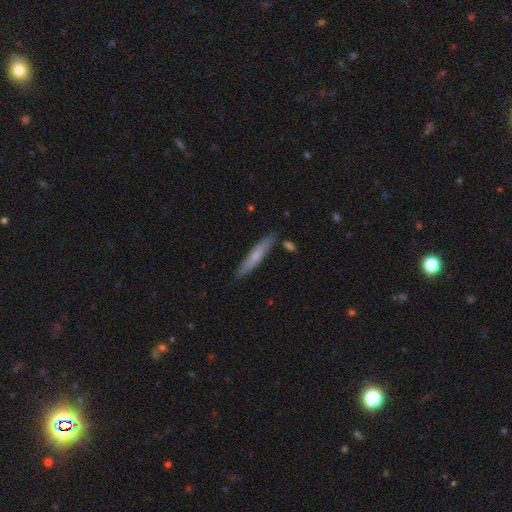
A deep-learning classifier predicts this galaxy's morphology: type=smooth (58%); roundness=cigar-shaped (92%); merging=none (85%).